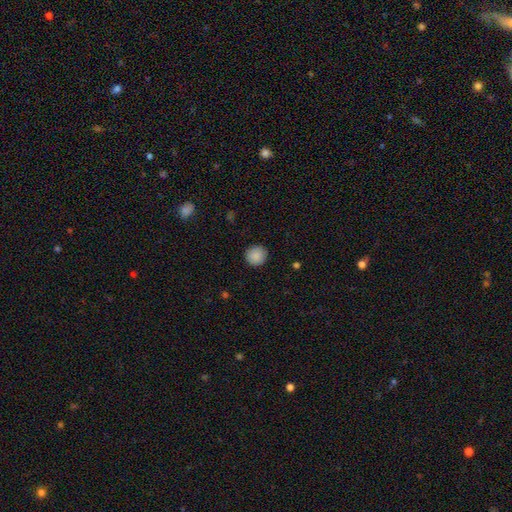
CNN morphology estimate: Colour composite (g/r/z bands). It shows a smooth galaxy with no disk features (89%) that is round (93%). Merging: none (91%).